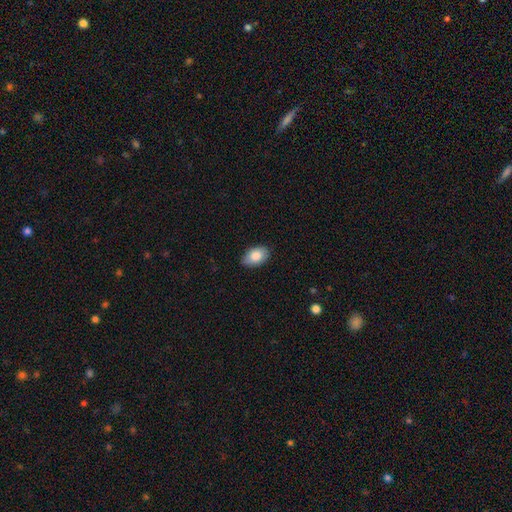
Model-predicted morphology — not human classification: Smooth or featured? Predicted: smooth (p=0.84). How rounded? Predicted: in between (p=0.91). Merging? Predicted: none (p=0.83).